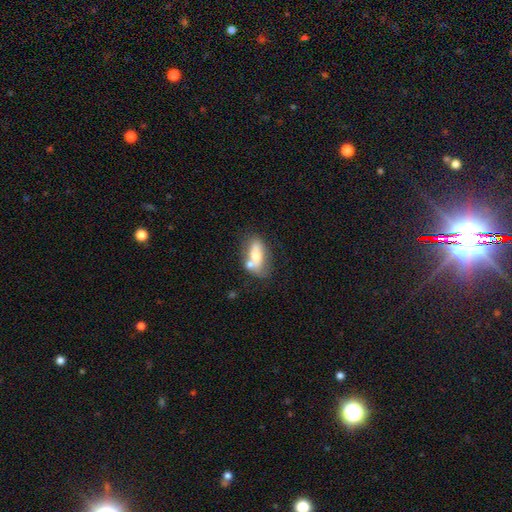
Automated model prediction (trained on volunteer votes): Smooth or featured? smooth (58%)
How rounded? in between (82%)
Merging? none (46%)